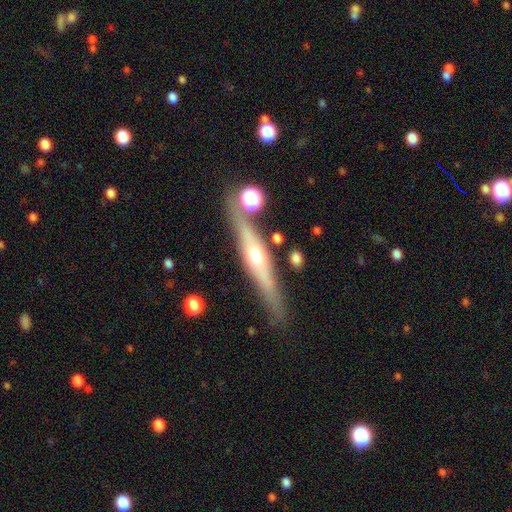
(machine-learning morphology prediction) smooth-or-featured: featured or disk: 71% | smooth: 22% | star or artifact: 7%
  disk-edge-on: yes: 93% | no: 7%
    edge-on-bulge: rounded: 89% | none: 6% | boxy: 5%
  merging: none: 79% | minor disturbance: 11% | merger: 6% | major disturbance: 3%